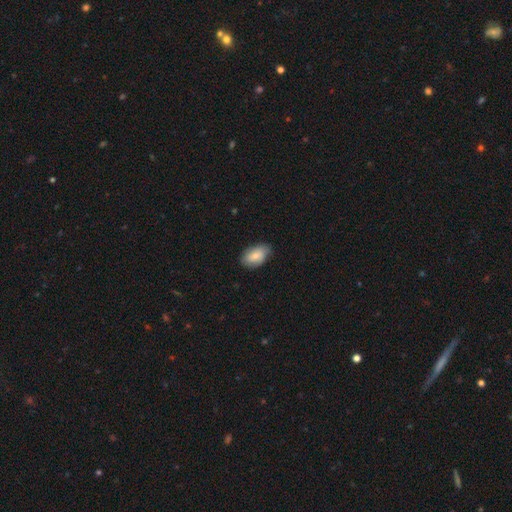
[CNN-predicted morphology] Q: Smooth or featured?
A: smooth (75%); runner-up: featured or disk (19%)
Q: How rounded?
A: in between (92%); runner-up: round (6%)
Q: Merging?
A: none (72%); runner-up: minor disturbance (23%)